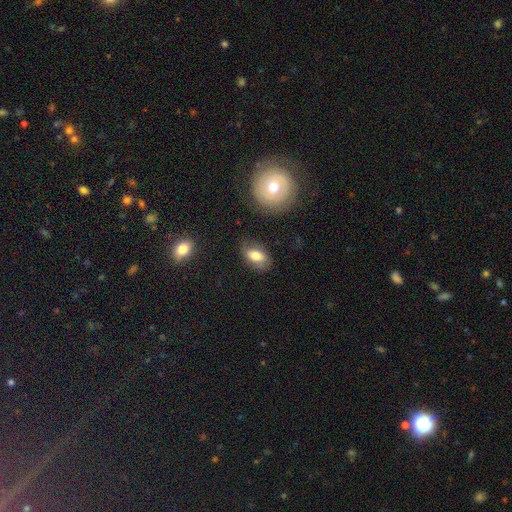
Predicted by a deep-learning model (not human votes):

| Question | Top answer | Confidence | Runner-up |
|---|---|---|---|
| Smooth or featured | smooth | 71% | featured or disk (20%) |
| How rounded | in between | 90% | round (8%) |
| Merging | none | 70% | minor disturbance (21%) |